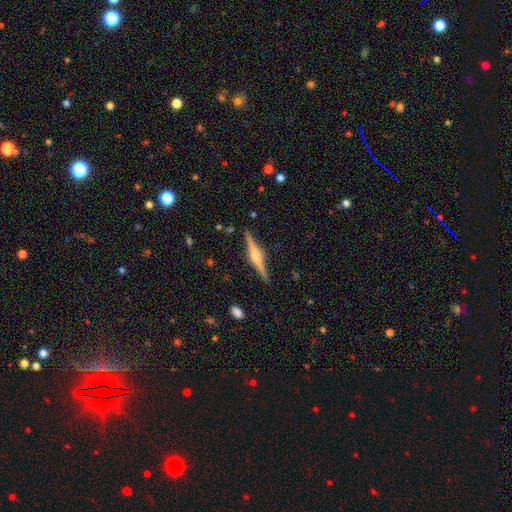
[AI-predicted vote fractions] A featured or disk galaxy (78%) viewed edge-on (98%) with a rounded central bulge (85%). Merging: none (90%).